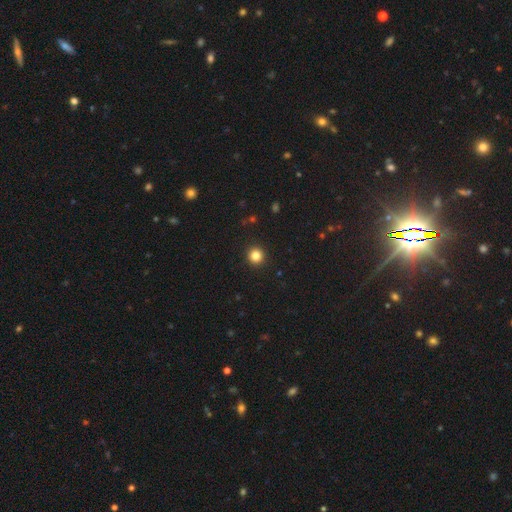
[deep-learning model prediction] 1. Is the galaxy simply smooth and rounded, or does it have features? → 84% smooth, 12% star or artifact, 4% featured or disk.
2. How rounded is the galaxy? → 95% round, 4% in between, 1% cigar-shaped.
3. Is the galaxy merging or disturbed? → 93% none, 4% minor disturbance, 2% major disturbance, 1% merger.